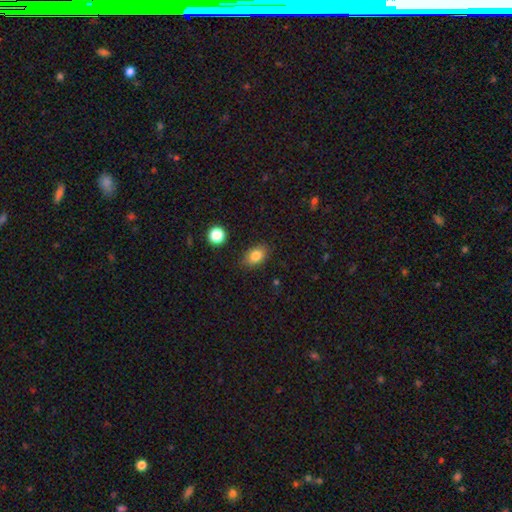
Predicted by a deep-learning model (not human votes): This is clearly a smooth galaxy (83%). How rounded: clearly in between (81%). Merging: clearly none (84%).